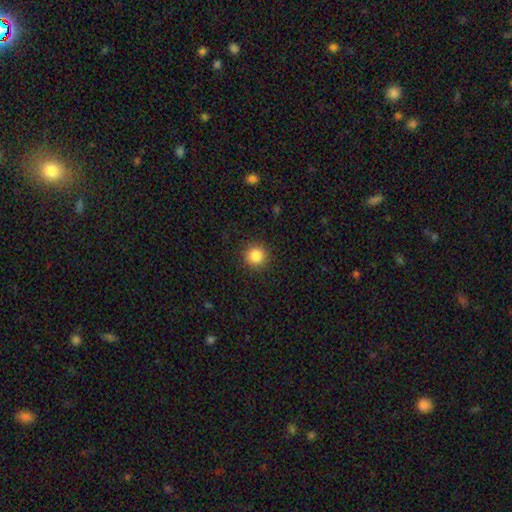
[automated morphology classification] This is clearly a smooth galaxy (86%). How rounded: clearly round (95%). Merging: clearly none (91%).